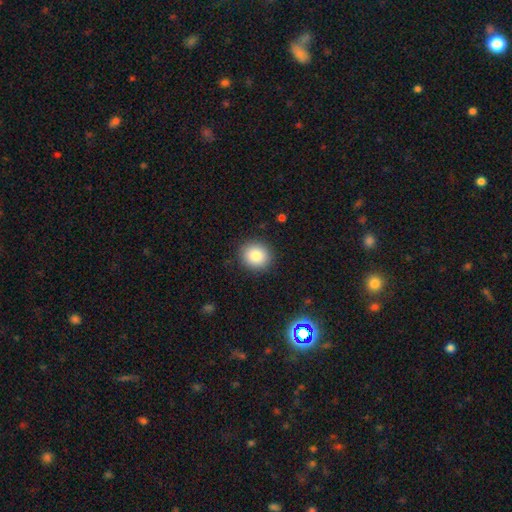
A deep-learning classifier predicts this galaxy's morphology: Smooth or featured? smooth (84%)
How rounded? round (85%)
Merging? none (90%)